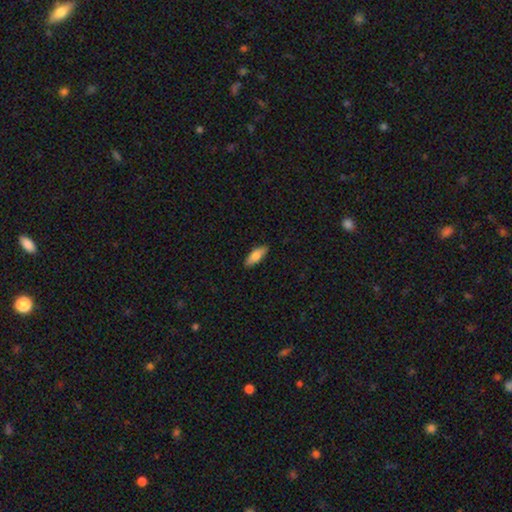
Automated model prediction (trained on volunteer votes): Smooth or featured? smooth (75%)
How rounded? in between (67%)
Merging? none (88%)